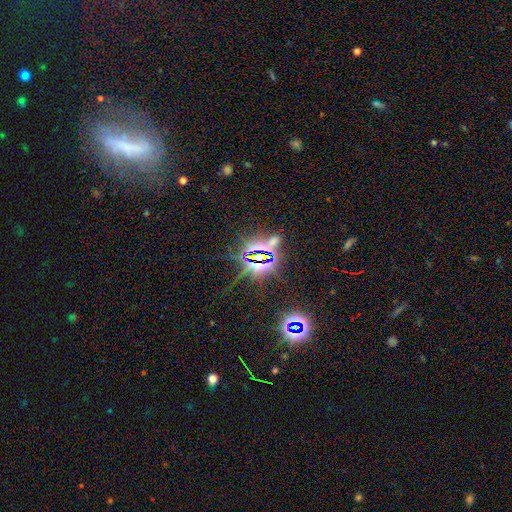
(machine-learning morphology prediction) smooth_or_featured: star or artifact (p=0.81) [alt: smooth p=0.11]